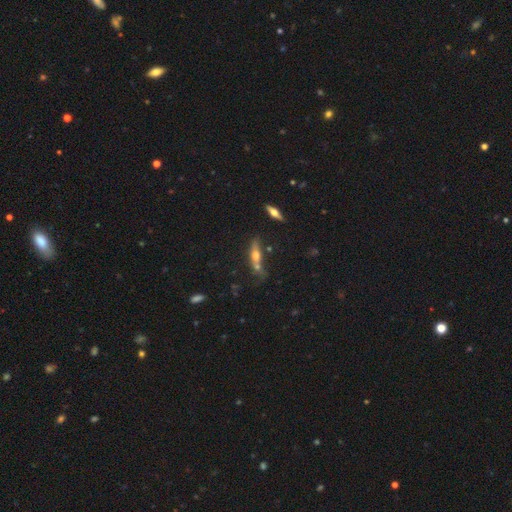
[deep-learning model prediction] This appears to be a featured or disk galaxy (46%). Merging: none (47%).